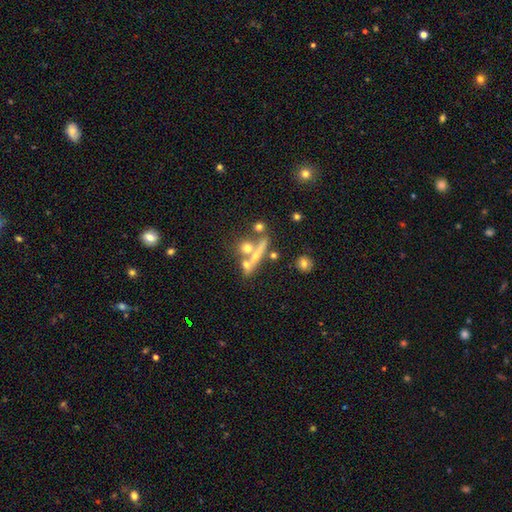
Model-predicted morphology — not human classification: Smooth or featured: featured or disk — 45% (smooth — 38%)
Merging: none — 49% (merger — 33%)